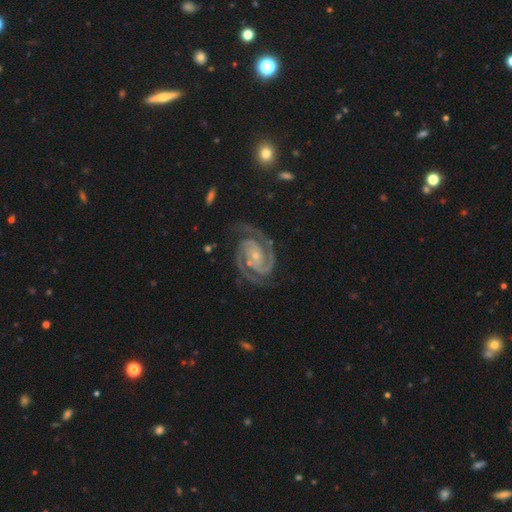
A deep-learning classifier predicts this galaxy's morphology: This appears to be a featured or disk galaxy (94%) with no bar (59%), 2 (89%) tight (65%) spiral arms (99%) and a small central bulge (76%). Merging: none (79%).